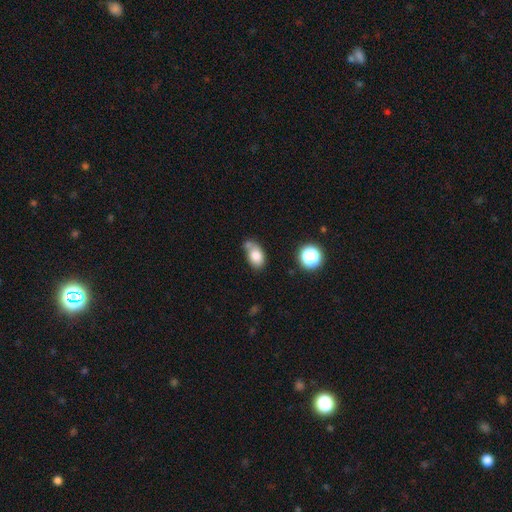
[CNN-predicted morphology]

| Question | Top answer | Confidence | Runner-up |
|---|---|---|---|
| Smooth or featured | smooth | 80% | featured or disk (10%) |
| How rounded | in between | 85% | round (13%) |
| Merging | none | 46% | minor disturbance (25%) |